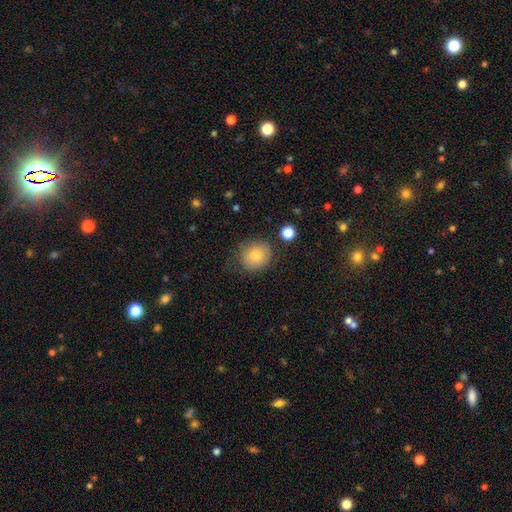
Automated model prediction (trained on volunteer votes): This is clearly a smooth galaxy (81%). How rounded: clearly round (80%). Merging: likely none (74%).